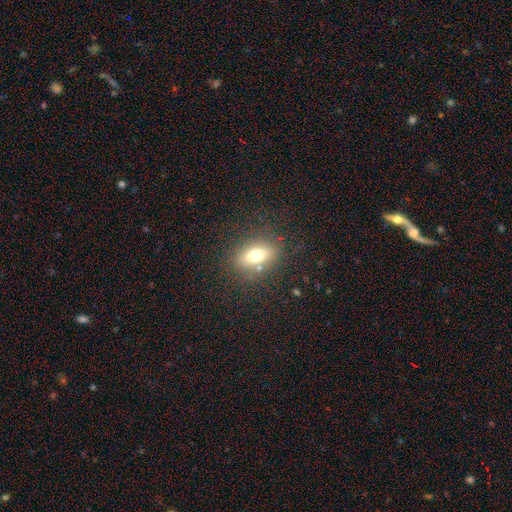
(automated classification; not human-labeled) A smooth galaxy with no disk features (69%) that is in between round and cigar-shaped (76%).

Vote fractions:
- Smooth or featured? smooth: 69% / featured or disk: 19% / star or artifact: 12%
- How rounded? in between: 76% / round: 18% / cigar-shaped: 7%
- Merging? none: 79% / minor disturbance: 12% / major disturbance: 5% / merger: 4%